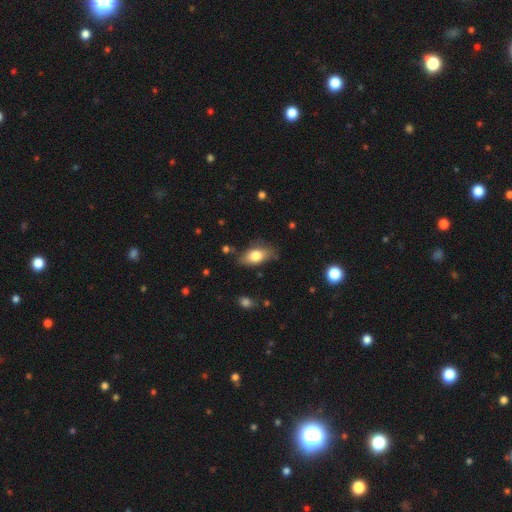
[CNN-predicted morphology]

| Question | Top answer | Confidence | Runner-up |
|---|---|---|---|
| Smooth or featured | smooth | 76% | featured or disk (17%) |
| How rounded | in between | 88% | cigar-shaped (7%) |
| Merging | none | 72% | minor disturbance (21%) |